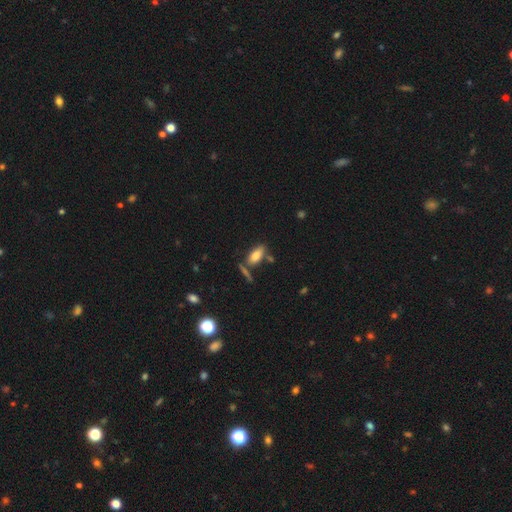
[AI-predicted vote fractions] Smooth or featured: smooth — 74% (featured or disk — 18%)
How rounded: in between — 82% (cigar-shaped — 14%)
Merging: none — 66% (minor disturbance — 15%)